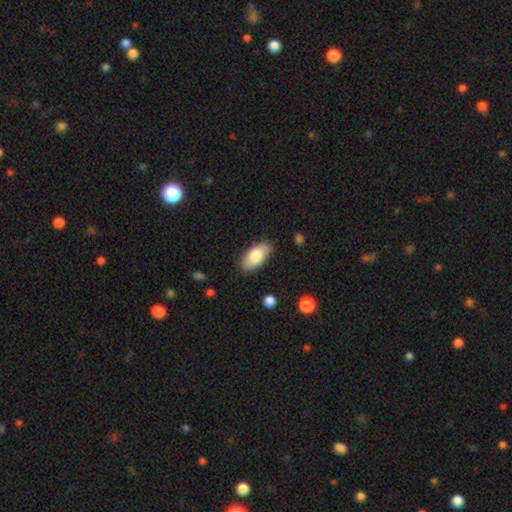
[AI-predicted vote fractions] Smooth or featured?
  - smooth: 82% *
  - featured or disk: 12%
  - star or artifact: 6%
How rounded?
  - in between: 92% *
  - cigar-shaped: 5%
  - round: 2%
Merging?
  - none: 84% *
  - minor disturbance: 12%
  - major disturbance: 3%
  - merger: 1%